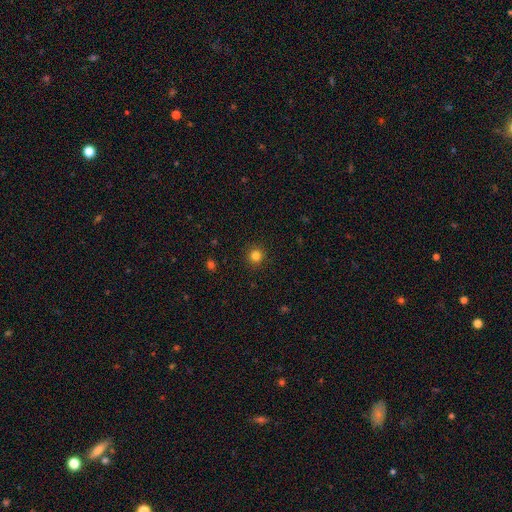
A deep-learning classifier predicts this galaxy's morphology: smooth_or_featured: smooth (p=0.82) [alt: star or artifact p=0.13]
how_rounded: round (p=0.95) [alt: in between p=0.04]
merging: none (p=0.92) [alt: minor disturbance p=0.05]